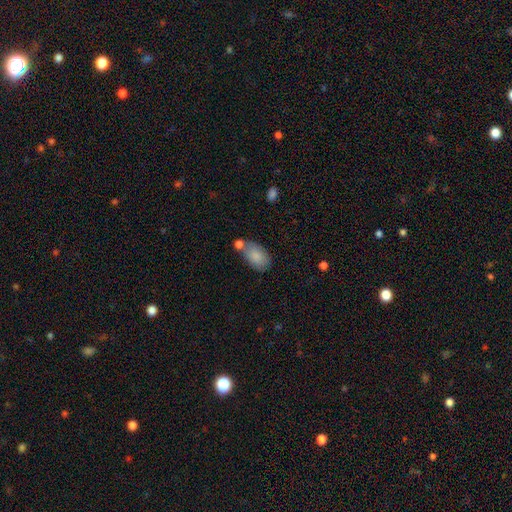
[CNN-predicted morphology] Smooth or featured? smooth (84%)
How rounded? in between (93%)
Merging? none (52%)